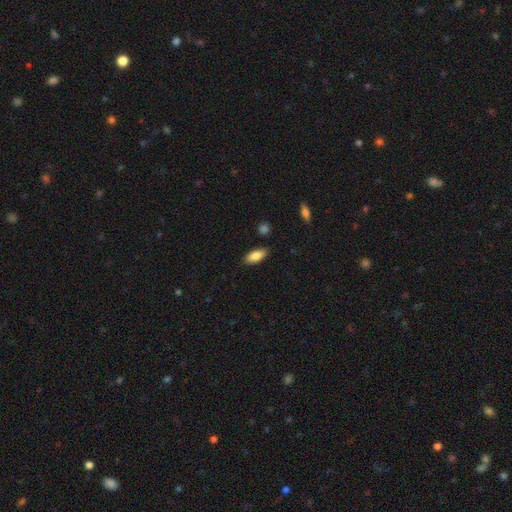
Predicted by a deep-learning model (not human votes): smooth 82%, featured or disk 12%, star or artifact 7%. Down the decision tree: how rounded — in between (83%); merging — none (86%).